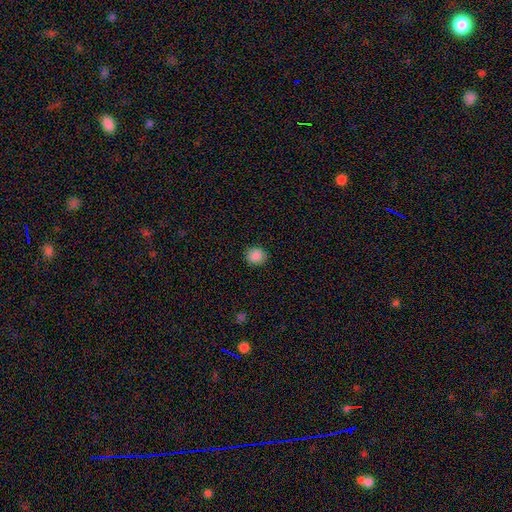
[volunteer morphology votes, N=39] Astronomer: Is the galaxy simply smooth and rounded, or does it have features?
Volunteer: smooth — 90%.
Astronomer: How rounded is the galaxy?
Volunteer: round — 89%.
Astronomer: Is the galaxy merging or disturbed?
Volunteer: none — 97%.